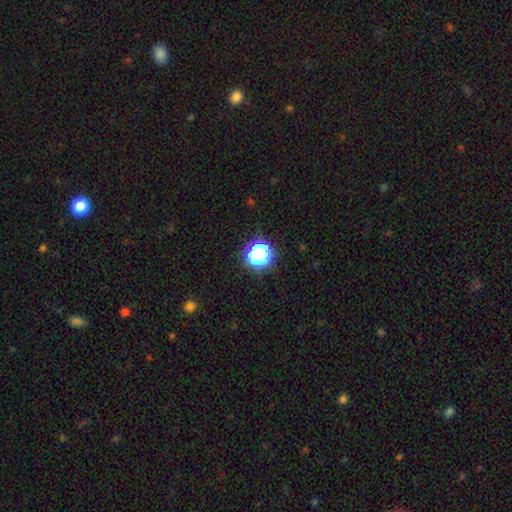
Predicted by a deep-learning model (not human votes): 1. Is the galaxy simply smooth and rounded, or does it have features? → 47% smooth, 43% star or artifact, 10% featured or disk.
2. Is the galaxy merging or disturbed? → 78% none, 13% minor disturbance, 7% major disturbance, 3% merger.